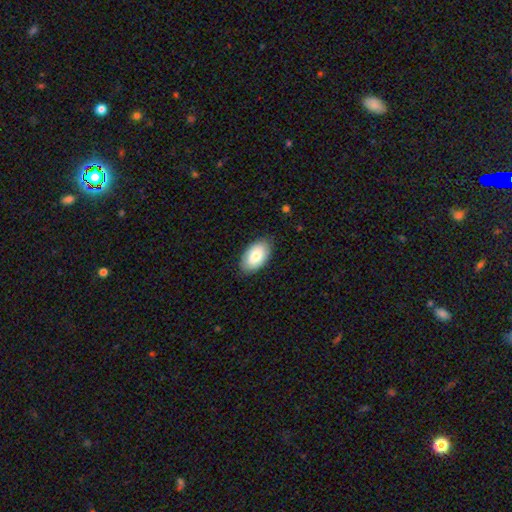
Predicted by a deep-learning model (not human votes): Smooth or featured? smooth (79%)
How rounded? in between (95%)
Merging? none (84%)